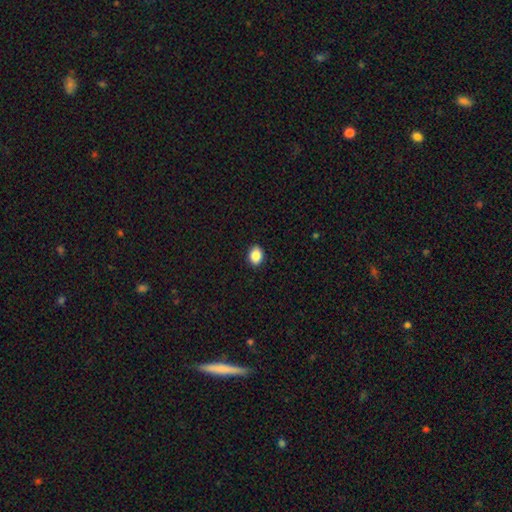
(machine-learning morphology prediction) Smooth or featured: smooth — 87% (star or artifact — 9%)
How rounded: in between — 59% (round — 40%)
Merging: none — 90% (minor disturbance — 7%)